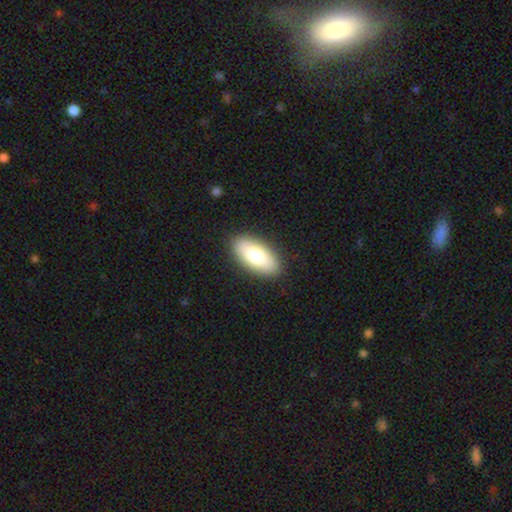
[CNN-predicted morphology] Smooth or featured? Predicted: smooth (p=0.79). How rounded? Predicted: in between (p=0.92). Merging? Predicted: none (p=0.89).